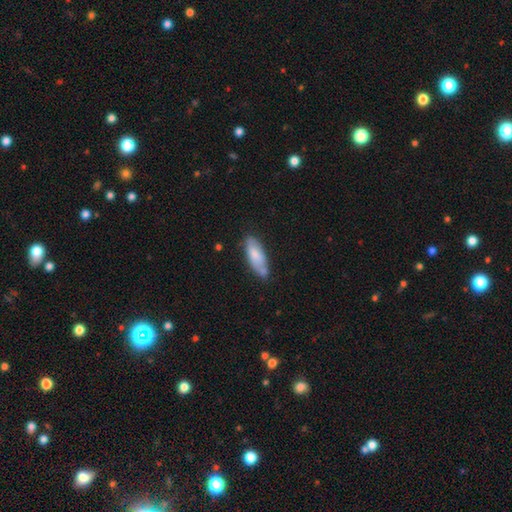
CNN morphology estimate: Smooth or featured? smooth (73%)
How rounded? in between (66%)
Merging? none (62%)